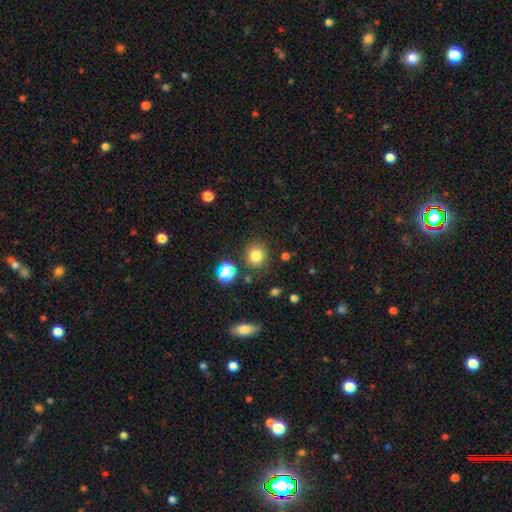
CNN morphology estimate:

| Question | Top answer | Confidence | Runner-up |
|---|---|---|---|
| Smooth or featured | smooth | 80% | star or artifact (13%) |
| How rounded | round | 87% | in between (12%) |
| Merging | none | 82% | minor disturbance (10%) |